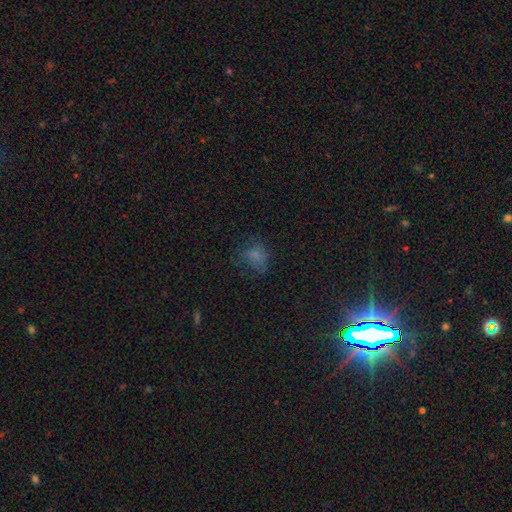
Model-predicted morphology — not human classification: Smooth or featured? Predicted: smooth (p=0.63). How rounded? Predicted: round (p=0.52). Merging? Predicted: none (p=0.56).